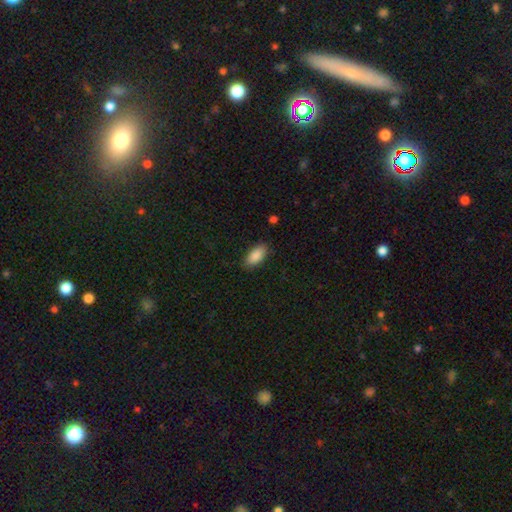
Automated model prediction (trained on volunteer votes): Smooth or featured? Predicted: smooth (p=0.89). How rounded? Predicted: in between (p=0.91). Merging? Predicted: none (p=0.85).